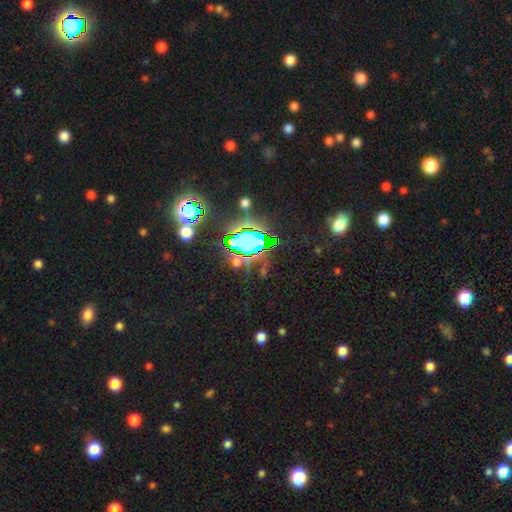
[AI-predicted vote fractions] Overall: star or artifact (77%).